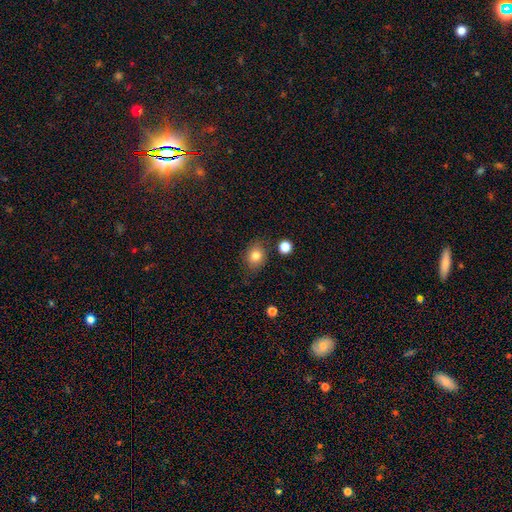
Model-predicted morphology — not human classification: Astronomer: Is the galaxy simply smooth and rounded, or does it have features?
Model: smooth — 81%.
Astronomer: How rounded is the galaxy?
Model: round — 57% (runner-up: in between, 42%).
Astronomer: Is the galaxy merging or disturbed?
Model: none — 78%.